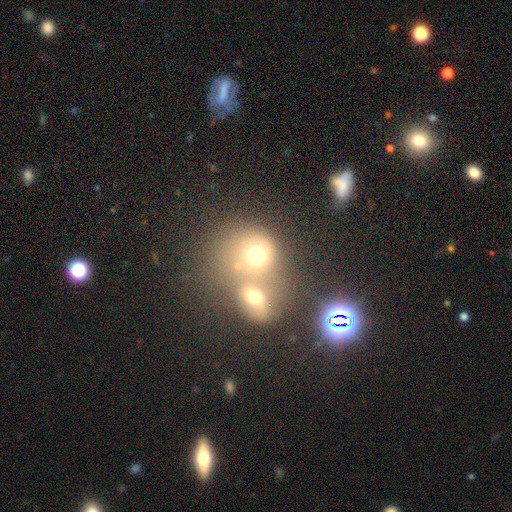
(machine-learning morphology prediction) Smooth or featured: smooth — 57% (star or artifact — 22%)
How rounded: round — 71% (in between — 28%)
Merging: merger — 64% (none — 24%)